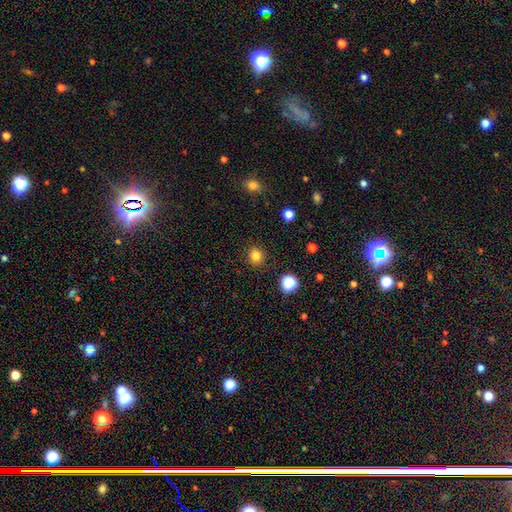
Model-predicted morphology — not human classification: The model was most divided on "smooth or featured": smooth: 82%, star or artifact: 13%, featured or disk: 4%. More confident: merging — none (90%); how rounded — round (88%).